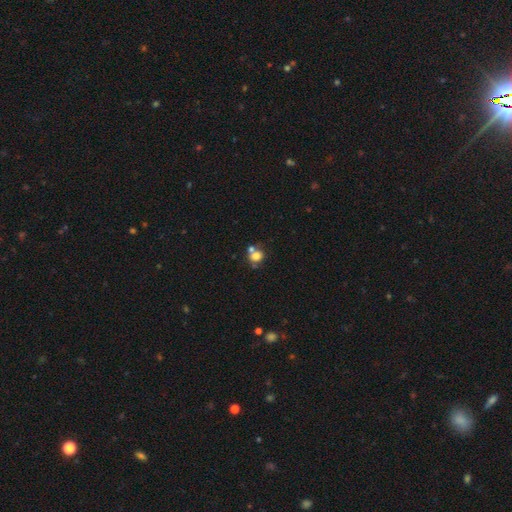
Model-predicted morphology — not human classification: The model was most divided on "merging": none: 48%, merger: 35%, minor disturbance: 11%, major disturbance: 5%. More confident: smooth or featured — smooth (75%); how rounded — round (73%).